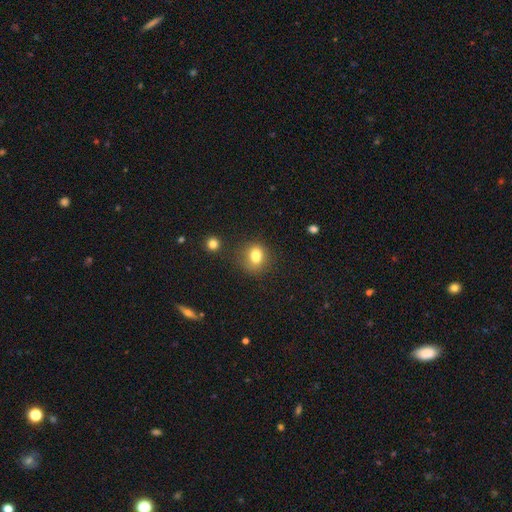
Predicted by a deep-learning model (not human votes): Smooth or featured? smooth (79%)
How rounded? round (50%)
Merging? none (58%)